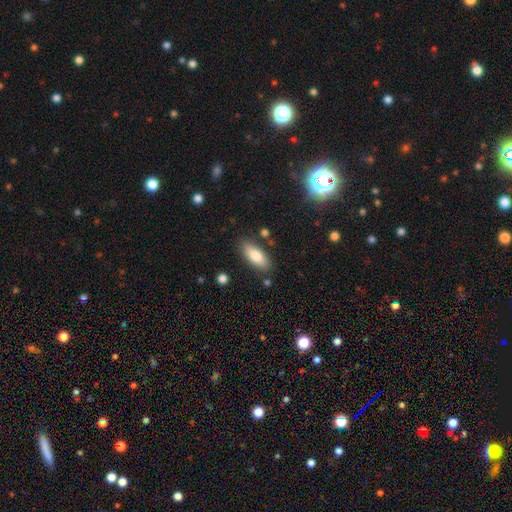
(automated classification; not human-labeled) Smooth or featured: smooth — 81% (featured or disk — 13%)
How rounded: in between — 80% (cigar-shaped — 18%)
Merging: none — 83% (minor disturbance — 12%)